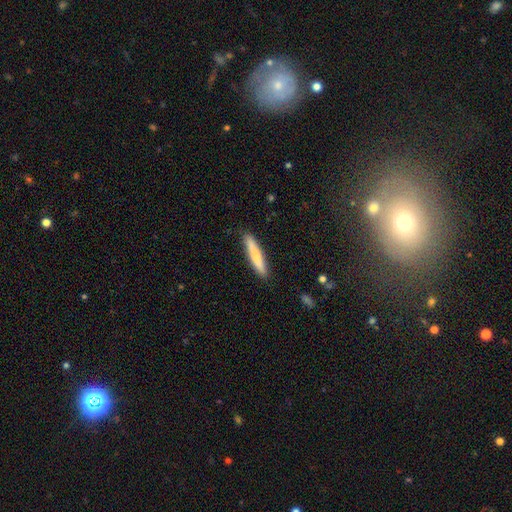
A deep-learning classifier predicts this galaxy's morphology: Smooth or featured?
  - smooth: 70% *
  - featured or disk: 24%
  - star or artifact: 5%
How rounded?
  - cigar-shaped: 92% *
  - in between: 6%
  - round: 1%
Merging?
  - none: 89% *
  - minor disturbance: 8%
  - major disturbance: 2%
  - merger: 1%